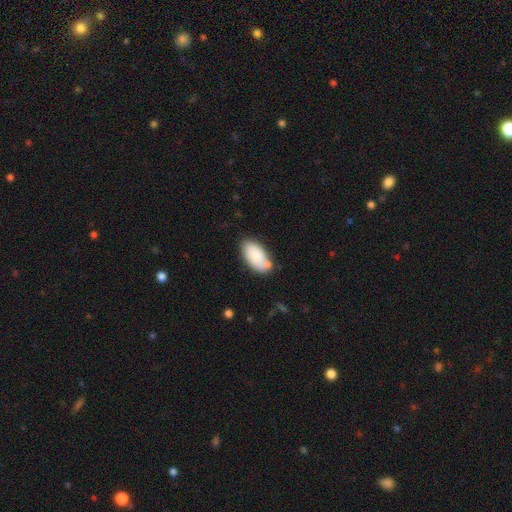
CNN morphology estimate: Smooth or featured? smooth (83%)
How rounded? in between (95%)
Merging? none (68%)